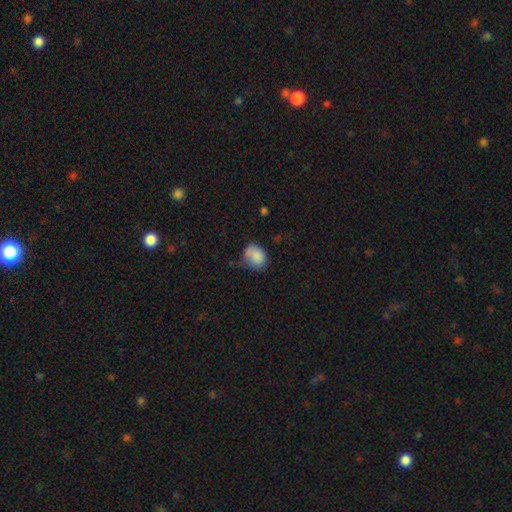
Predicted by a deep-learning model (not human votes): Smooth or featured? smooth (81%)
How rounded? in between (56%)
Merging? none (46%)